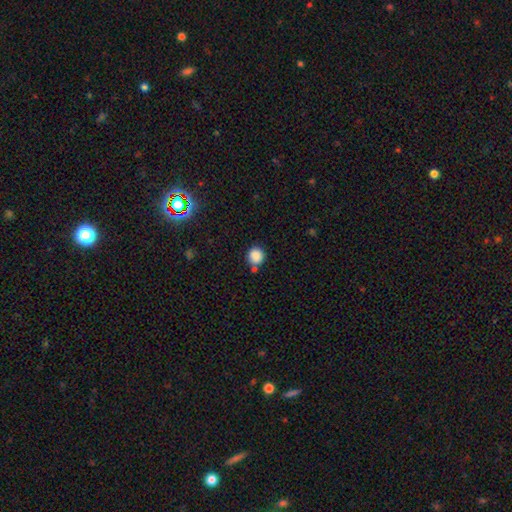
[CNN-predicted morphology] Smooth or featured?
  - smooth: 86% *
  - star or artifact: 10%
  - featured or disk: 4%
How rounded?
  - round: 92% *
  - in between: 8%
  - cigar-shaped: 1%
Merging?
  - none: 73% *
  - minor disturbance: 12%
  - merger: 11%
  - major disturbance: 4%